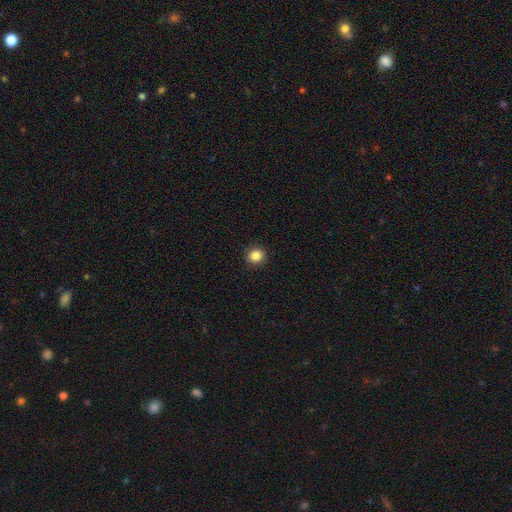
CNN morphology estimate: Smooth or featured? Predicted: smooth (p=0.86). How rounded? Predicted: round (p=0.90). Merging? Predicted: none (p=0.91).